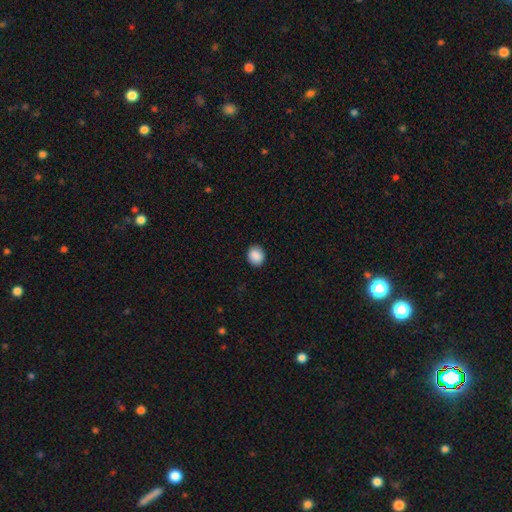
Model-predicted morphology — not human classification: smooth 89%, star or artifact 8%, featured or disk 3%. Down the decision tree: how rounded — round (69%); merging — none (88%).